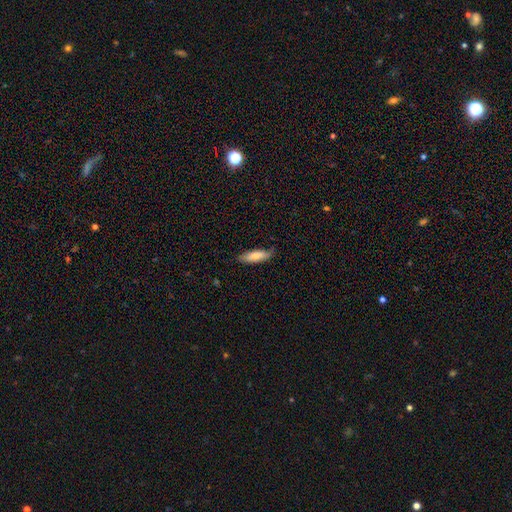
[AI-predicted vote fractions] This appears to be a smooth galaxy with no disk features (77%) that is in between round and cigar-shaped (51%). Merging: none (78%).